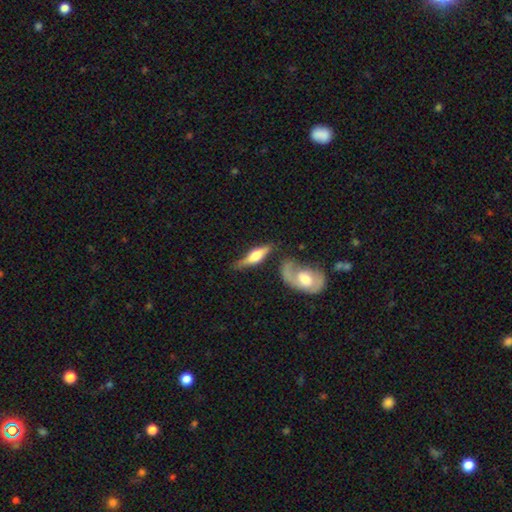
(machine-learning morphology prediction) Smooth or featured: featured or disk — 62% (smooth — 33%)
Edge-on disk: yes — 87% (no — 13%)
Edge-on bulge: rounded — 88% (boxy — 8%)
Merging: none — 53% (minor disturbance — 21%)